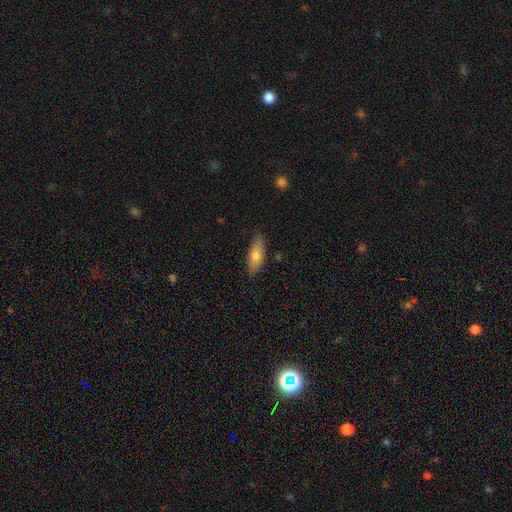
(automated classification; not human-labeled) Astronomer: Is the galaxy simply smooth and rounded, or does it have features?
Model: smooth — 73%.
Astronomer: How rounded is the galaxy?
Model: in between — 64%.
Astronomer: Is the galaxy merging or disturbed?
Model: none — 85%.